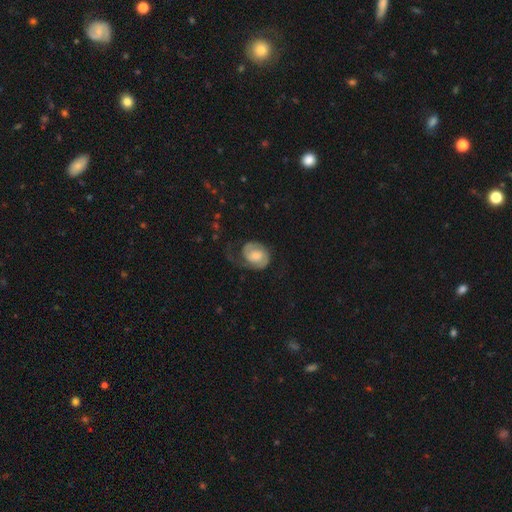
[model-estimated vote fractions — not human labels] smooth_or_featured: featured or disk (p=0.69) [alt: smooth p=0.25]
disk_edge_on: no (p=0.98) [alt: yes p=0.02]
bar: no (p=0.58) [alt: weak p=0.35]
has_spiral_arms: yes (p=0.92) [alt: no p=0.08]
spiral_winding: medium (p=0.40) [alt: tight p=0.39]
spiral_arm_count: 2 (p=0.67) [alt: 1 p=0.21]
bulge_size: moderate (p=0.49) [alt: small p=0.27]
merging: none (p=0.48) [alt: major disturbance p=0.27]